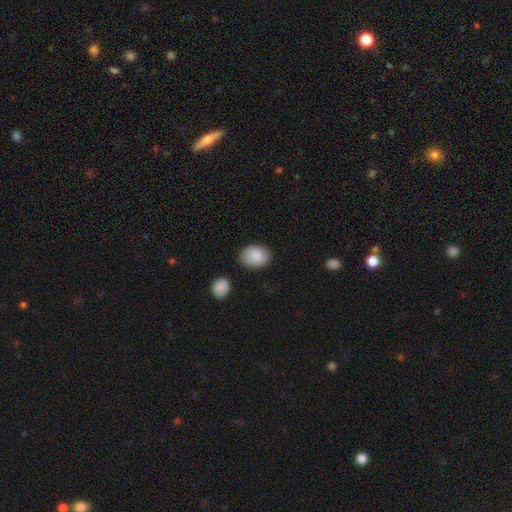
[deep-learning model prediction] A smooth galaxy with no disk features (88%) that is in between round and cigar-shaped (78%).

Vote fractions:
- Smooth or featured? smooth: 88% / featured or disk: 6% / star or artifact: 6%
- How rounded? in between: 78% / round: 21% / cigar-shaped: 1%
- Merging? none: 80% / minor disturbance: 14% / merger: 3% / major disturbance: 3%